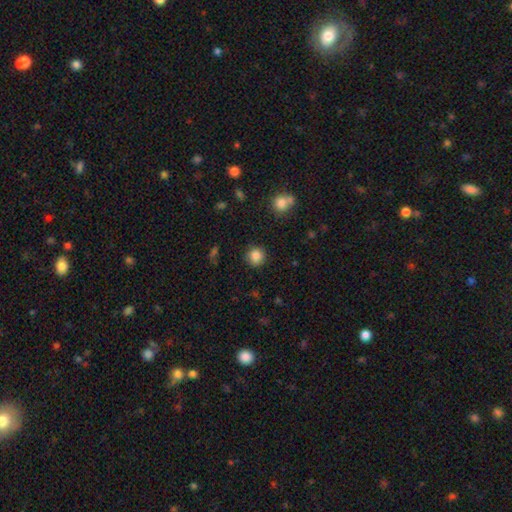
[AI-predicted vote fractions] This appears to be a smooth galaxy with no disk features (85%) that is round (91%). Merging: none (89%).